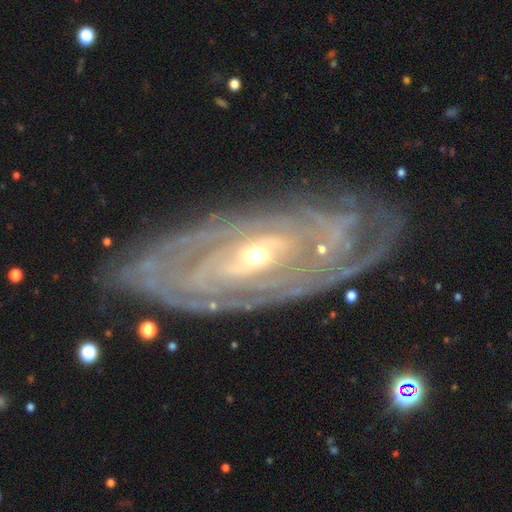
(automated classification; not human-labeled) Smooth or featured: featured or disk — 88% (smooth — 7%)
Edge-on disk: no — 89% (yes — 11%)
Bar: no — 50% (weak — 31%)
Spiral arms: yes — 91% (no — 9%)
Spiral winding: tight — 78% (medium — 18%)
Spiral arm count: can't tell — 42% (2 — 19%)
Bulge size: small — 58% (moderate — 38%)
Merging: none — 77% (minor disturbance — 15%)